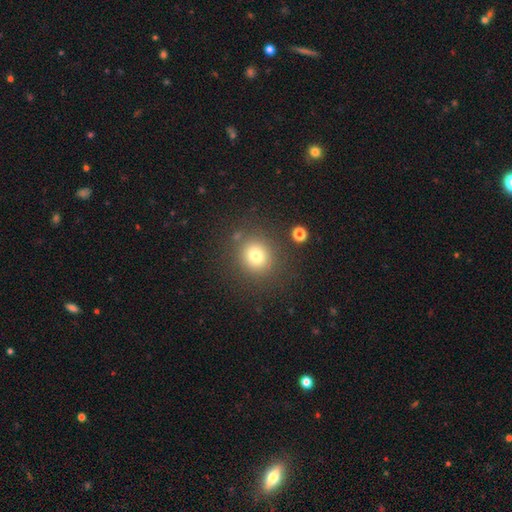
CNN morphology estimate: A smooth galaxy with no disk features (77%) that is round (88%). Merging: none (84%).